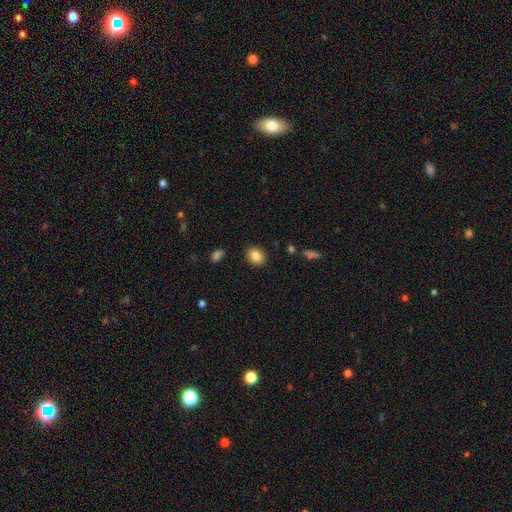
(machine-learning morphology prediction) Smooth or featured? Predicted: smooth (p=0.85). How rounded? Predicted: round (p=0.55). Merging? Predicted: none (p=0.89).